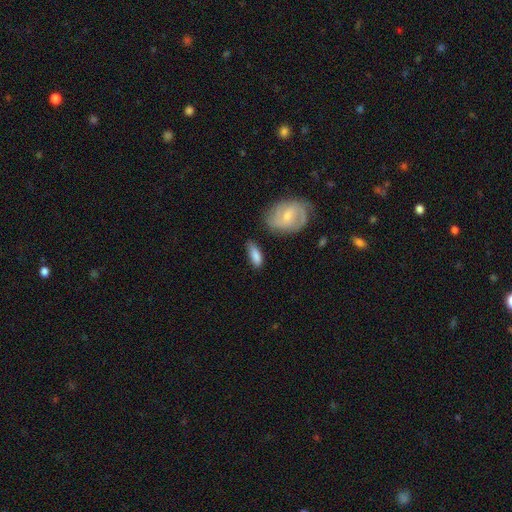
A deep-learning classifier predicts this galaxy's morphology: A smooth galaxy with no disk features (79%) that is in between round and cigar-shaped (70%).

Vote fractions:
- Smooth or featured? smooth: 79% / featured or disk: 15% / star or artifact: 6%
- How rounded? in between: 70% / cigar-shaped: 26% / round: 4%
- Merging? none: 68% / minor disturbance: 21% / major disturbance: 6% / merger: 5%